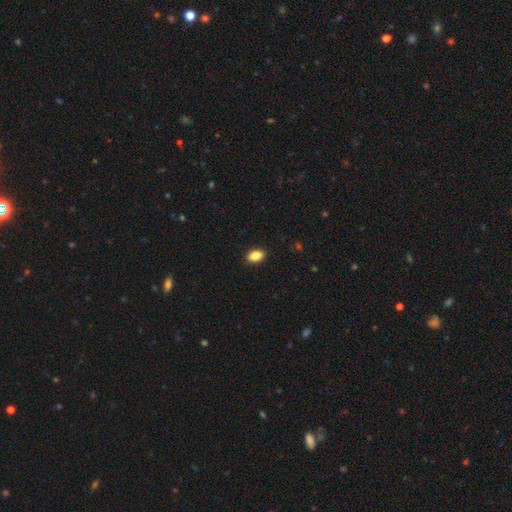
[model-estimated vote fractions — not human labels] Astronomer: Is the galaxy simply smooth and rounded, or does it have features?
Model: smooth — 86%.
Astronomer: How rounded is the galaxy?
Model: in between — 87%.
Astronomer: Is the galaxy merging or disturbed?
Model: none — 90%.